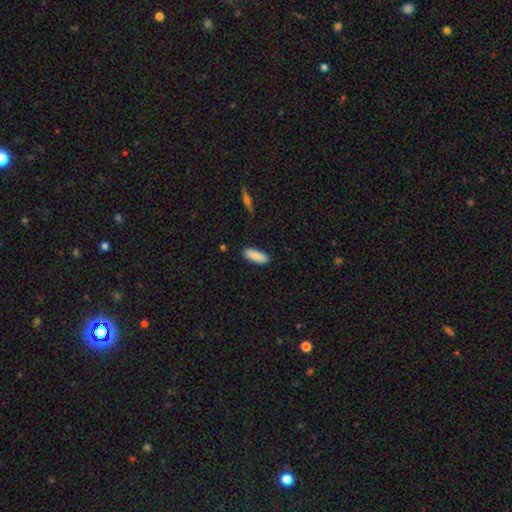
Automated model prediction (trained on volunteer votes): This is clearly a smooth galaxy (88%). How rounded: likely in between (65%). Merging: clearly none (88%).